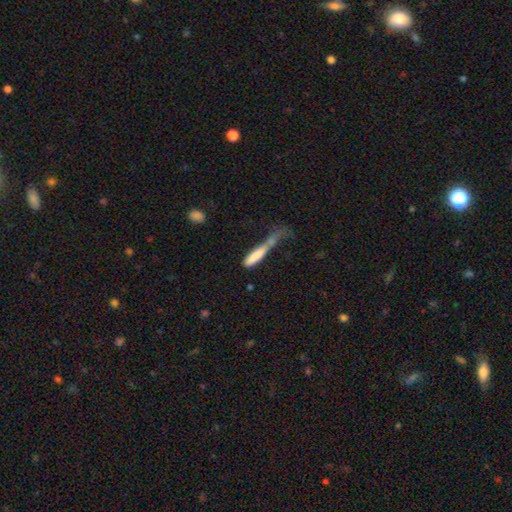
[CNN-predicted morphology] A smooth galaxy with no disk features (78%) that is cigar-shaped (80%).

Vote fractions:
- Smooth or featured? smooth: 78% / featured or disk: 15% / star or artifact: 7%
- How rounded? cigar-shaped: 80% / in between: 18% / round: 2%
- Merging? major disturbance: 31% / none: 26% / minor disturbance: 22% / merger: 21%